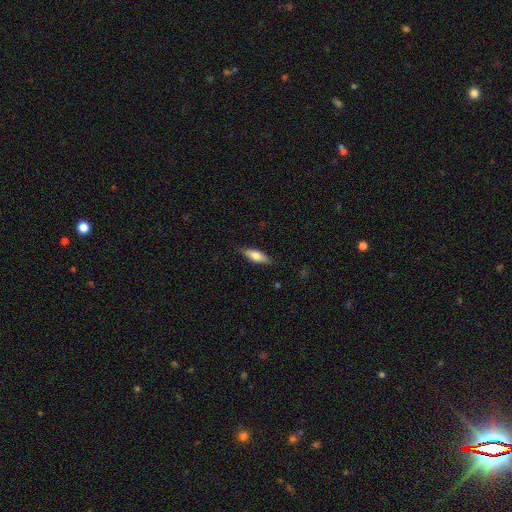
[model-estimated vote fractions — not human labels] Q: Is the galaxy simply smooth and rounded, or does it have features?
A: smooth — 75%.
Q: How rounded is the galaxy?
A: in between — 63%.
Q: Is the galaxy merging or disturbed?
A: none — 82%.